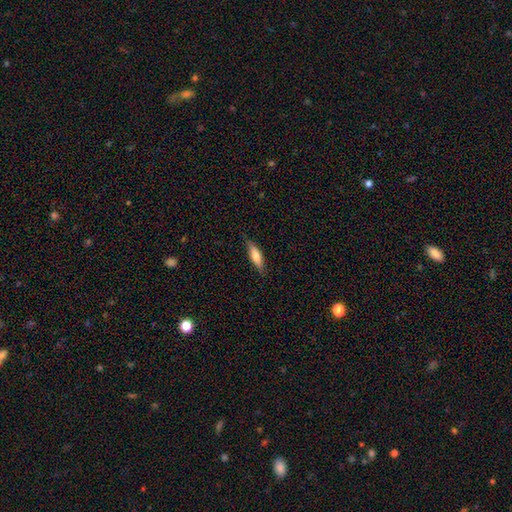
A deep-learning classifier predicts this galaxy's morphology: Q: Smooth or featured?
A: smooth (68%); runner-up: featured or disk (26%)
Q: How rounded?
A: cigar-shaped (59%); runner-up: in between (39%)
Q: Merging?
A: none (82%); runner-up: minor disturbance (14%)